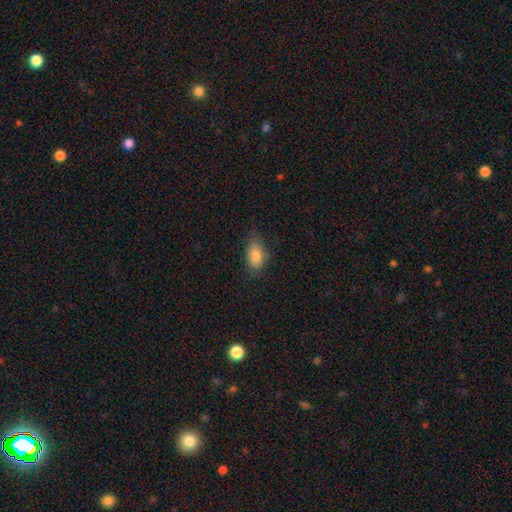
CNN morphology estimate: smooth-or-featured: smooth: 83% | featured or disk: 9% | star or artifact: 9%
  how-rounded: in between: 88% | round: 8% | cigar-shaped: 4%
  merging: none: 68% | minor disturbance: 25% | major disturbance: 6% | merger: 1%